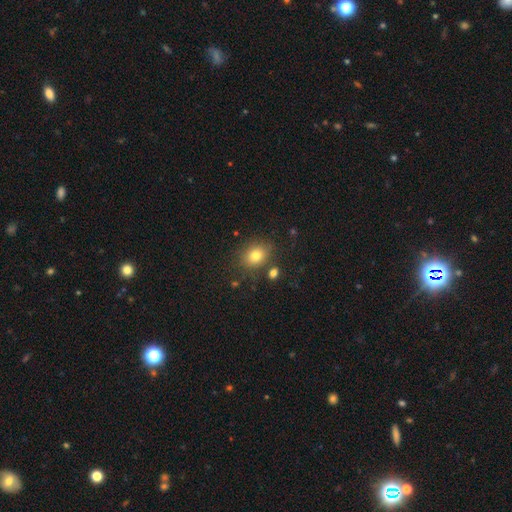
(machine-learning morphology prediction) The model was most divided on "how rounded": round: 55%, in between: 44%, cigar-shaped: 1%. More confident: merging — none (79%); smooth or featured — smooth (79%).